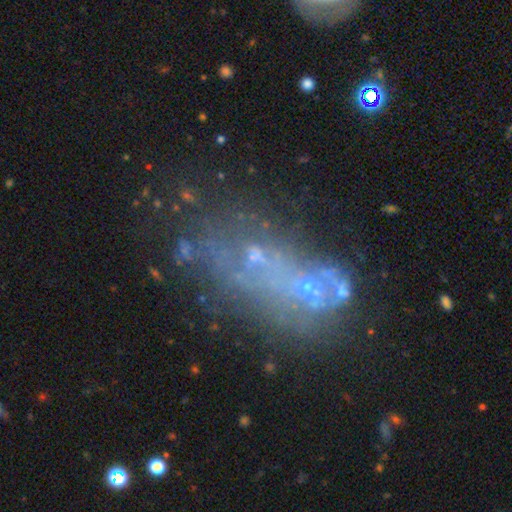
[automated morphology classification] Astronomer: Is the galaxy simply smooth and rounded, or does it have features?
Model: star or artifact — 39% (runner-up: featured or disk, 38%).